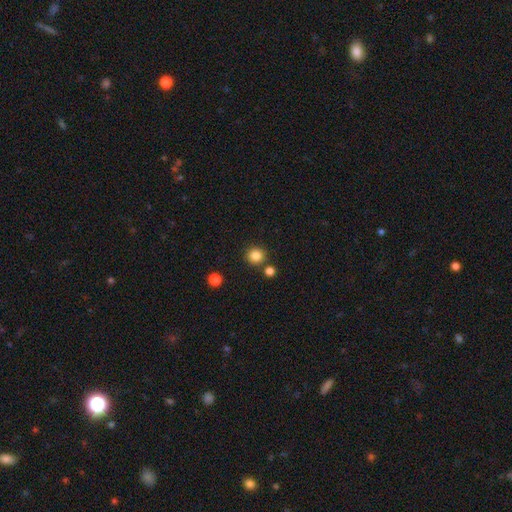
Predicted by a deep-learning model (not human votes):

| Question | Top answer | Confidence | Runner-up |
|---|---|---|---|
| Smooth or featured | smooth | 84% | star or artifact (12%) |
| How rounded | round | 93% | in between (6%) |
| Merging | none | 84% | merger (7%) |